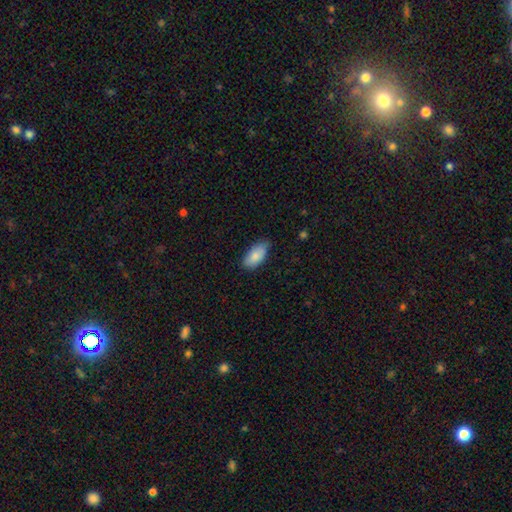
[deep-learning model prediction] Smooth or featured? Predicted: smooth (p=0.83). How rounded? Predicted: in between (p=0.93). Merging? Predicted: none (p=0.72).